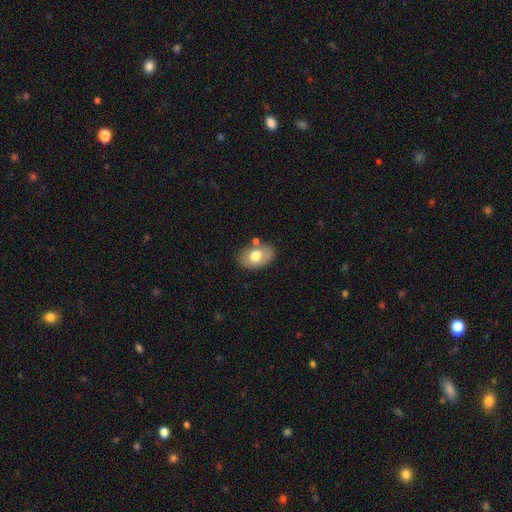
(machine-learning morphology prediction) smooth 70%, featured or disk 23%, star or artifact 7%. Down the decision tree: how rounded — in between (86%); merging — none (72%).